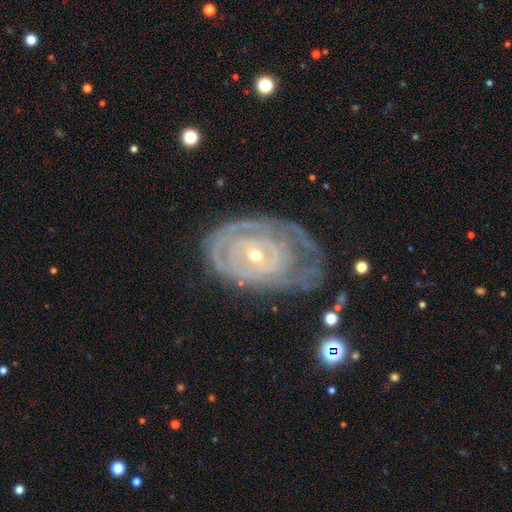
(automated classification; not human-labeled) smooth-or-featured: featured or disk: 84% | smooth: 11% | star or artifact: 6%
  disk-edge-on: no: 96% | yes: 4%
    bar: no: 66% | weak: 26% | strong: 9%
    has-spiral-arms: yes: 84% | no: 16%
      spiral-winding: tight: 78% | medium: 16% | loose: 5%
      spiral-arm-count: can't tell: 50% | 2: 20% | 3: 11% | 1: 7% | 4: 7% | more than 4: 5%
    bulge-size: small: 61% | moderate: 35% | large: 2% | none: 1% | dominant: 1%
  merging: none: 51% | minor disturbance: 28% | major disturbance: 19% | merger: 2%